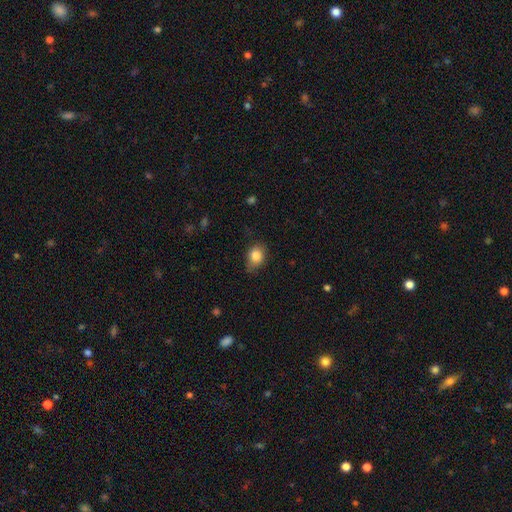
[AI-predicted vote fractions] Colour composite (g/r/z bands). It shows a smooth galaxy with no disk features (84%) that is in between round and cigar-shaped (57%). Merging: none (65%).